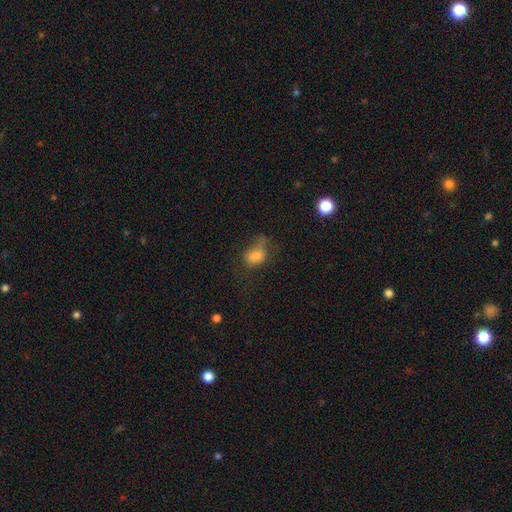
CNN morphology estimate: The model was most divided on "merging": major disturbance: 35%, none: 33%, minor disturbance: 27%, merger: 4%. More confident: smooth or featured — smooth (71%); how rounded — in between (70%).